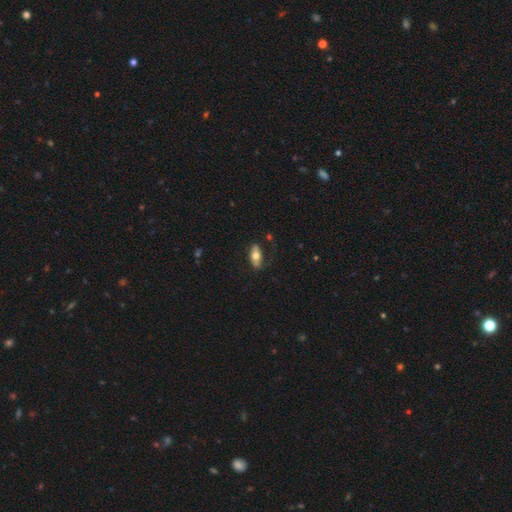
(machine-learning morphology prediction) Q: Smooth or featured?
A: smooth (59%); runner-up: featured or disk (35%)
Q: How rounded?
A: in between (84%); runner-up: cigar-shaped (12%)
Q: Merging?
A: none (75%); runner-up: minor disturbance (17%)